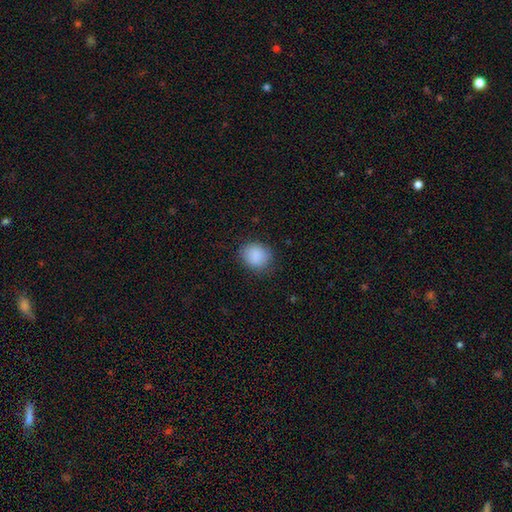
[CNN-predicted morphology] smooth-or-featured: smooth: 88% | star or artifact: 8% | featured or disk: 4%
  how-rounded: round: 72% | in between: 27% | cigar-shaped: 1%
  merging: none: 81% | minor disturbance: 14% | major disturbance: 4% | merger: 1%